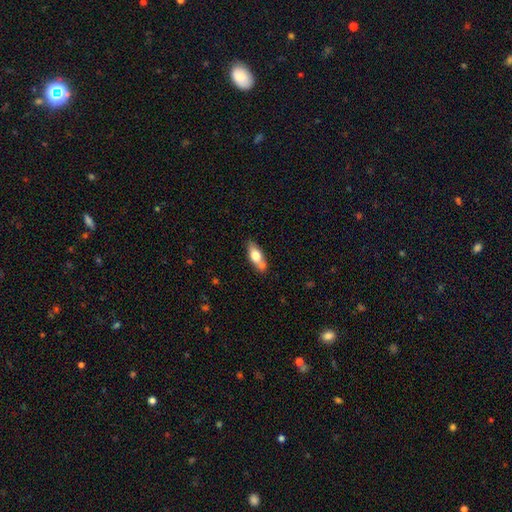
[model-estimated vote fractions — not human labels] smooth_or_featured: smooth (p=0.66) [alt: featured or disk p=0.28]
how_rounded: in between (p=0.72) [alt: cigar-shaped p=0.23]
merging: none (p=0.58) [alt: merger p=0.21]